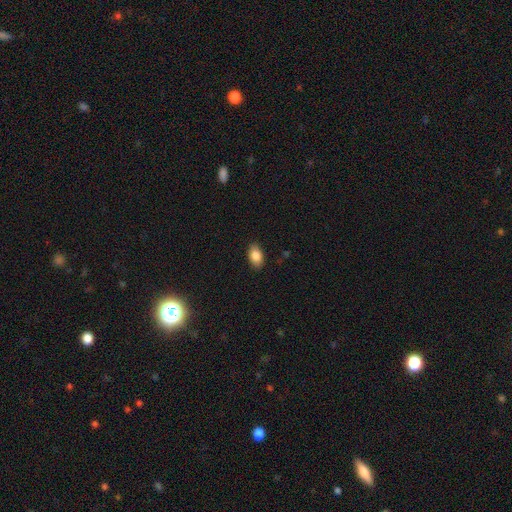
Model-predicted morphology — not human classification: A smooth galaxy with no disk features (85%) that is in between round and cigar-shaped (90%).

Vote fractions:
- Smooth or featured? smooth: 85% / star or artifact: 8% / featured or disk: 7%
- How rounded? in between: 90% / round: 8% / cigar-shaped: 2%
- Merging? none: 87% / minor disturbance: 10% / major disturbance: 2% / merger: 1%